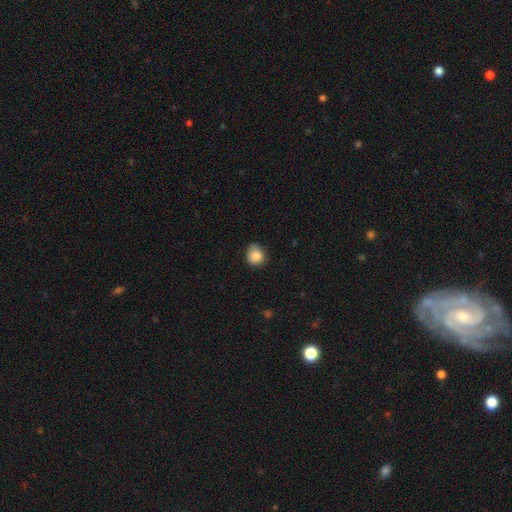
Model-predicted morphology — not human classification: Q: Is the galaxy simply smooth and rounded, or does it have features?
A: smooth — 85%.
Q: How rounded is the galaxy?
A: round — 82%.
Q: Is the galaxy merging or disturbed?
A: none — 67%.